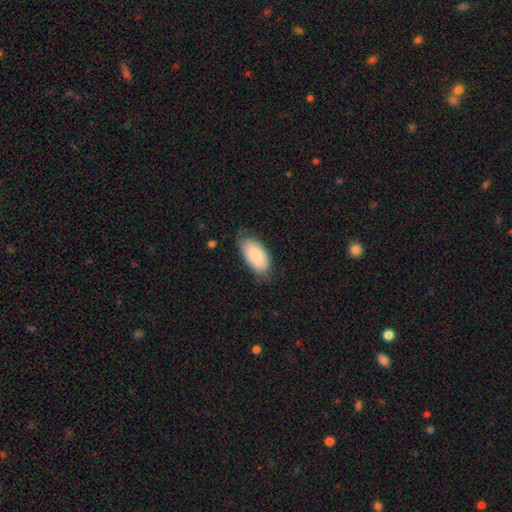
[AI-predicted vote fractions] Q: Smooth or featured?
A: smooth (82%); runner-up: featured or disk (12%)
Q: How rounded?
A: in between (95%); runner-up: cigar-shaped (3%)
Q: Merging?
A: none (66%); runner-up: minor disturbance (27%)